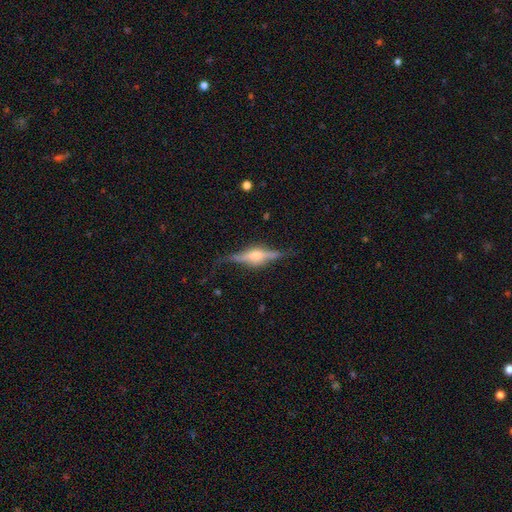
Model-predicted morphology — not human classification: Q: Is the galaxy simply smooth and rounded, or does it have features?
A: featured or disk — 82%.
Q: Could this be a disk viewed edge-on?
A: yes — 96%.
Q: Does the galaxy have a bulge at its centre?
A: rounded — 89%.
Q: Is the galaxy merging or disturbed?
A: none — 82%.